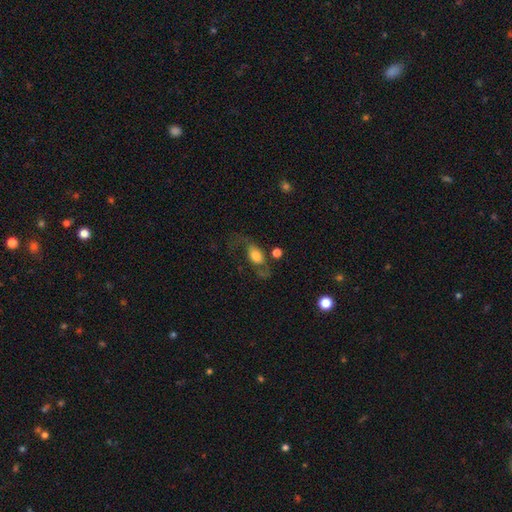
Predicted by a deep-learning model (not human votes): A smooth galaxy with no disk features (52%) that is in between round and cigar-shaped (79%). Merging: none (43%).